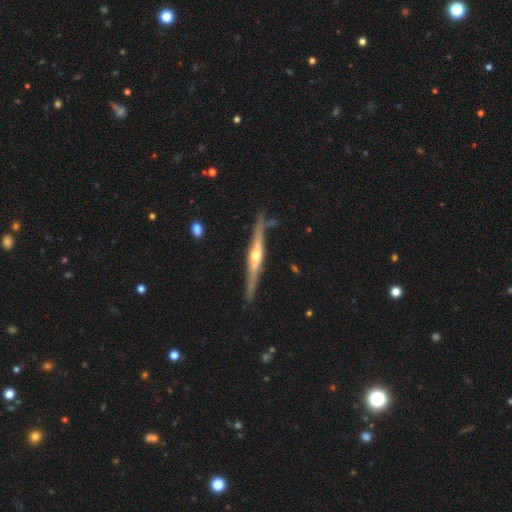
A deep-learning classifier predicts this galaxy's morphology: smooth_or_featured: featured or disk (p=0.78) [alt: smooth p=0.17]
disk_edge_on: yes (p=0.97) [alt: no p=0.03]
edge_on_bulge: rounded (p=0.89) [alt: none p=0.07]
merging: none (p=0.83) [alt: minor disturbance p=0.12]